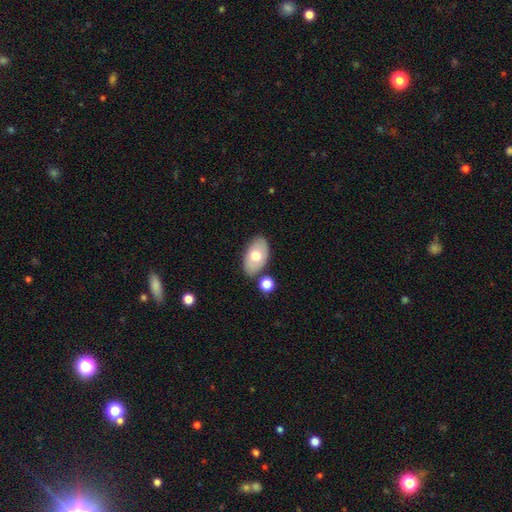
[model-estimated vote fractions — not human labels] Smooth or featured: smooth — 65% (featured or disk — 28%)
How rounded: in between — 92% (round — 6%)
Merging: none — 76% (minor disturbance — 12%)